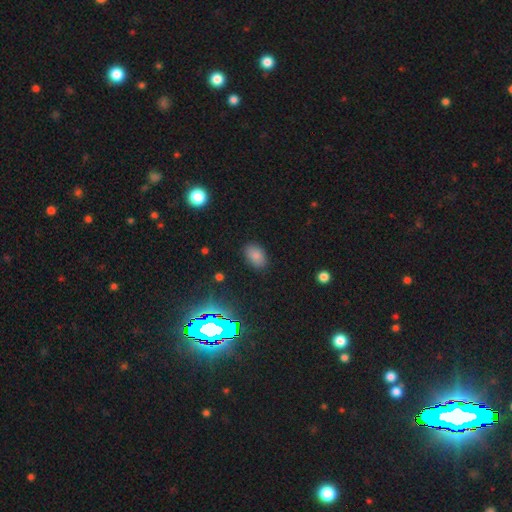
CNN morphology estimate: A smooth galaxy with no disk features (78%) that is in between round and cigar-shaped (88%).

Vote fractions:
- Smooth or featured? smooth: 78% / star or artifact: 16% / featured or disk: 6%
- How rounded? in between: 88% / round: 11% / cigar-shaped: 1%
- Merging? none: 85% / minor disturbance: 11% / major disturbance: 3% / merger: 1%